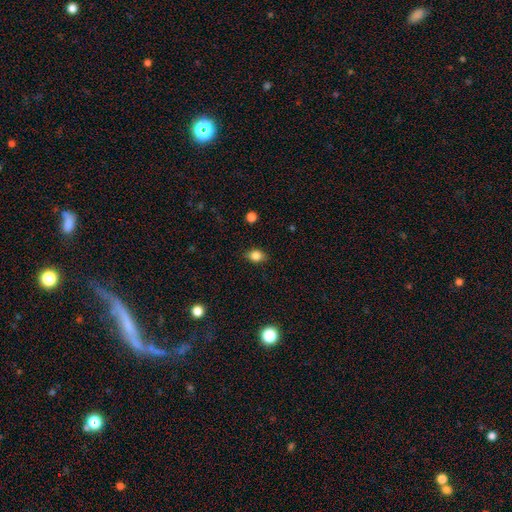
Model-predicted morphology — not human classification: Q: Smooth or featured?
A: smooth (84%); runner-up: star or artifact (10%)
Q: How rounded?
A: in between (65%); runner-up: round (33%)
Q: Merging?
A: none (85%); runner-up: minor disturbance (11%)